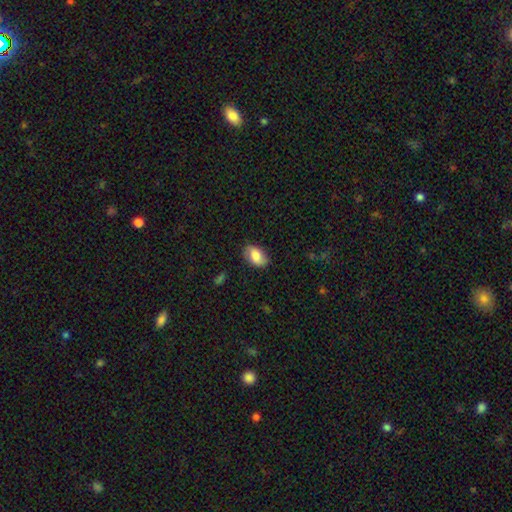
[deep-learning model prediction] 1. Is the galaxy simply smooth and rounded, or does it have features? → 75% smooth, 18% featured or disk, 7% star or artifact.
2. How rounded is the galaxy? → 89% in between, 9% round, 1% cigar-shaped.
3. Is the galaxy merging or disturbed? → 80% none, 15% minor disturbance, 3% major disturbance, 1% merger.